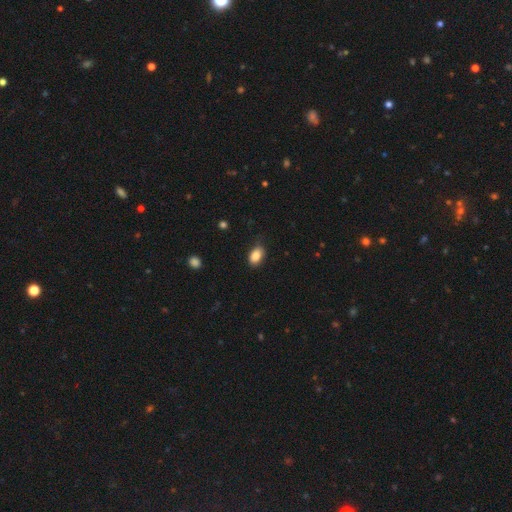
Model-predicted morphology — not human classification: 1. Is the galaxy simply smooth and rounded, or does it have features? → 87% smooth, 8% star or artifact, 5% featured or disk.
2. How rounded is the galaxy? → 87% in between, 12% round, 2% cigar-shaped.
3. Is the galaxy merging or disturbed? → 78% none, 17% minor disturbance, 3% major disturbance, 1% merger.